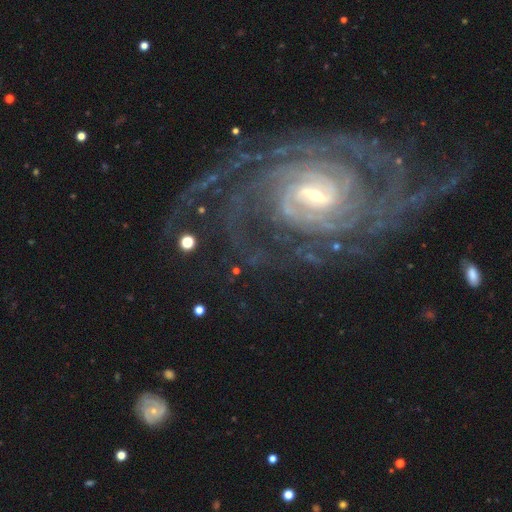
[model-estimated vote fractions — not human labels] smooth_or_featured: featured or disk (p=0.91) [alt: star or artifact p=0.06]
disk_edge_on: no (p=0.97) [alt: yes p=0.03]
bar: weak (p=0.45) [alt: strong p=0.39]
has_spiral_arms: yes (p=0.98) [alt: no p=0.02]
spiral_winding: tight (p=0.71) [alt: medium p=0.24]
spiral_arm_count: can't tell (p=0.22) [tied with: 2 p=0.22]
bulge_size: small (p=0.58) [alt: moderate p=0.34]
merging: none (p=0.69) [alt: minor disturbance p=0.15]